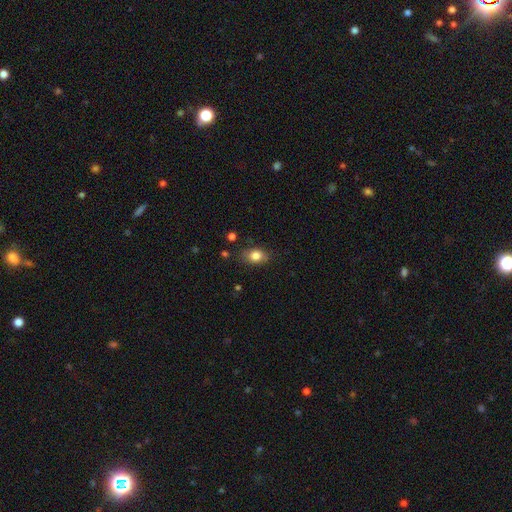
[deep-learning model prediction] A smooth galaxy with no disk features (82%) that is in between round and cigar-shaped (73%).

Vote fractions:
- Smooth or featured? smooth: 82% / star or artifact: 9% / featured or disk: 9%
- How rounded? in between: 73% / round: 25% / cigar-shaped: 2%
- Merging? none: 79% / minor disturbance: 16% / major disturbance: 3% / merger: 2%